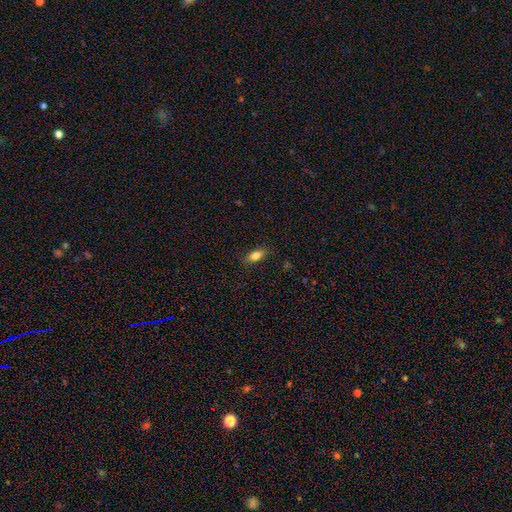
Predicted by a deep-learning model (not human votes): Smooth or featured?
  - smooth: 82% *
  - featured or disk: 9%
  - star or artifact: 9%
How rounded?
  - in between: 83% *
  - cigar-shaped: 13%
  - round: 5%
Merging?
  - none: 86% *
  - minor disturbance: 10%
  - major disturbance: 2%
  - merger: 1%